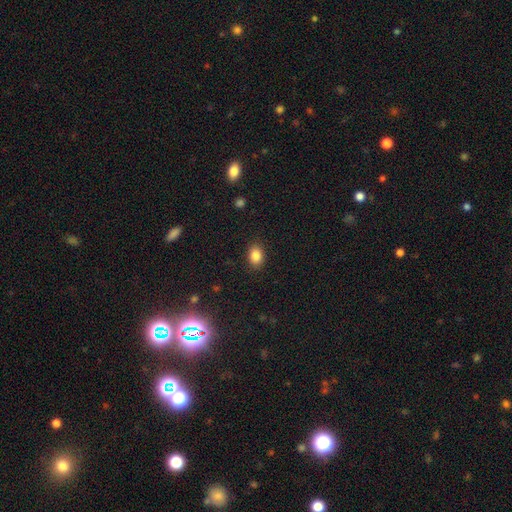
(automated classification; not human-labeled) A smooth galaxy with no disk features (86%) that is in between round and cigar-shaped (76%).

Vote fractions:
- Smooth or featured? smooth: 86% / star or artifact: 9% / featured or disk: 5%
- How rounded? in between: 76% / round: 23% / cigar-shaped: 1%
- Merging? none: 88% / minor disturbance: 9% / major disturbance: 2% / merger: 1%